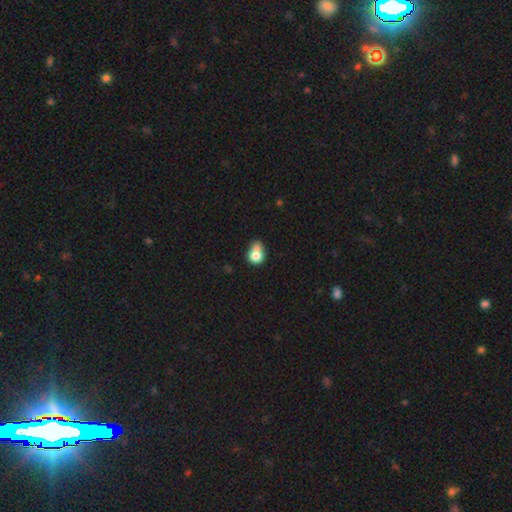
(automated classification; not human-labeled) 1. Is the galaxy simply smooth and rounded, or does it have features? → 75% smooth, 15% featured or disk, 10% star or artifact.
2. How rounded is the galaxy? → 55% round, 44% in between, 1% cigar-shaped.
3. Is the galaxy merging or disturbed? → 43% merger, 30% none, 18% minor disturbance, 9% major disturbance.